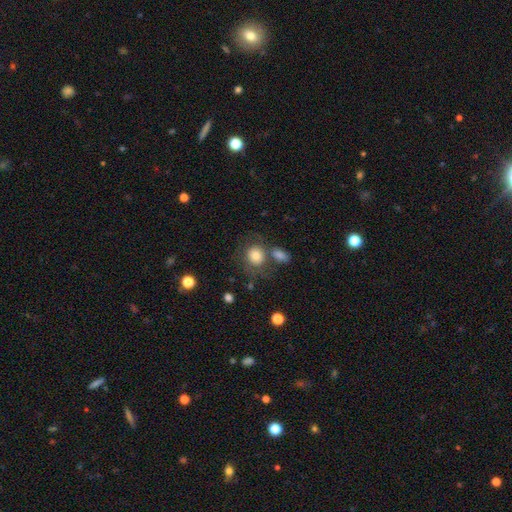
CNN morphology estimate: A smooth galaxy with no disk features (78%) that is round (76%). Merging: none (53%).